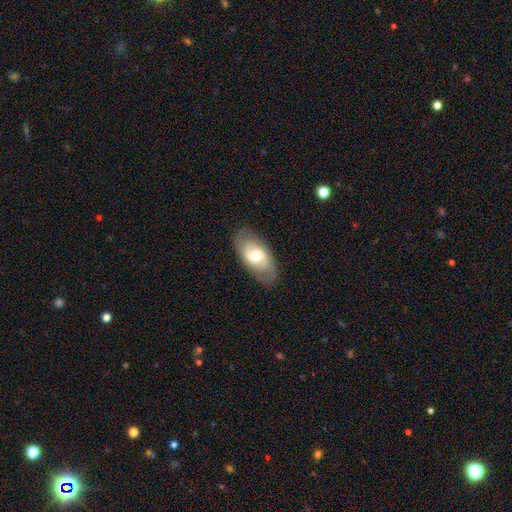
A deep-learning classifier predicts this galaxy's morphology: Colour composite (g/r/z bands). It shows a featured or disk galaxy (51%). Merging: none (79%).